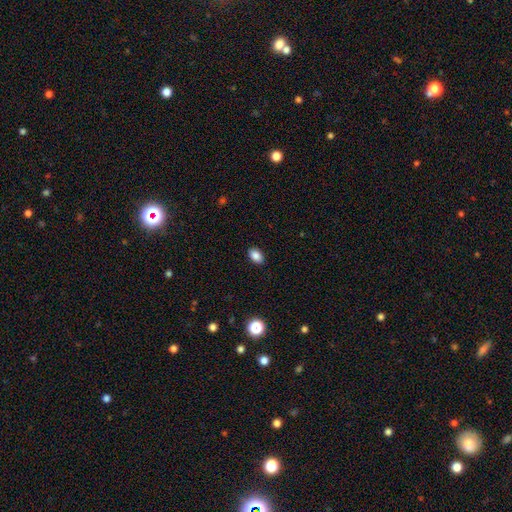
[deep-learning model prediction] A smooth galaxy with no disk features (87%) that is in between round and cigar-shaped (85%). Merging: none (89%).